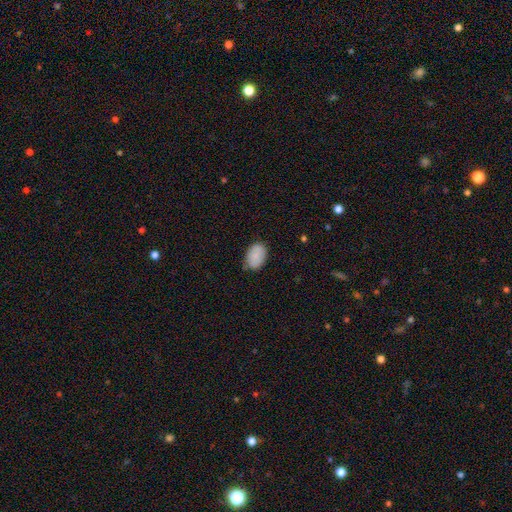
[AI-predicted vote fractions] Morphology: type=smooth (87%); roundness=in between (88%); merging=none (77%).